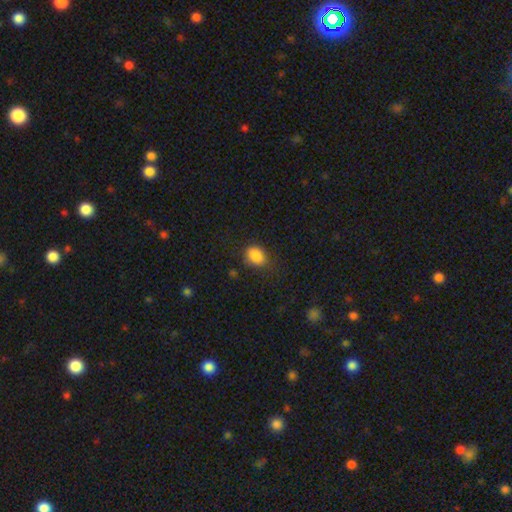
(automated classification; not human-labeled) A smooth galaxy with no disk features (86%) that is in between round and cigar-shaped (63%). Merging: none (68%).